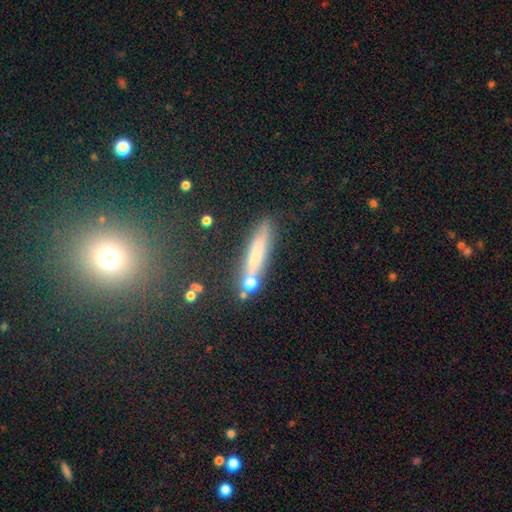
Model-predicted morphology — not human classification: Overall: smooth (64%). How rounded: cigar-shaped (85%). Merging: none (70%).